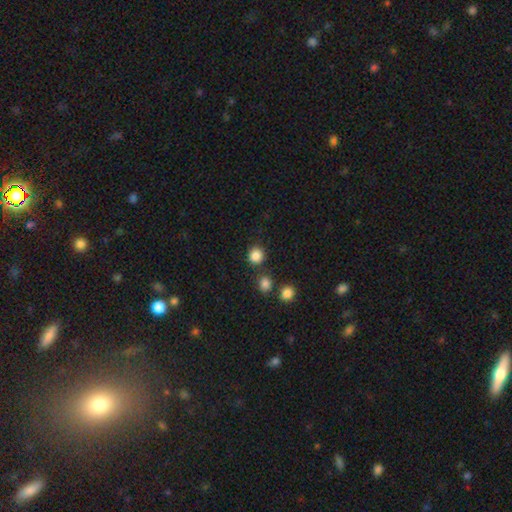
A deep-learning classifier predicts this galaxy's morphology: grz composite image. It shows a smooth galaxy with no disk features (85%) that is round (90%). Merging: none (82%).